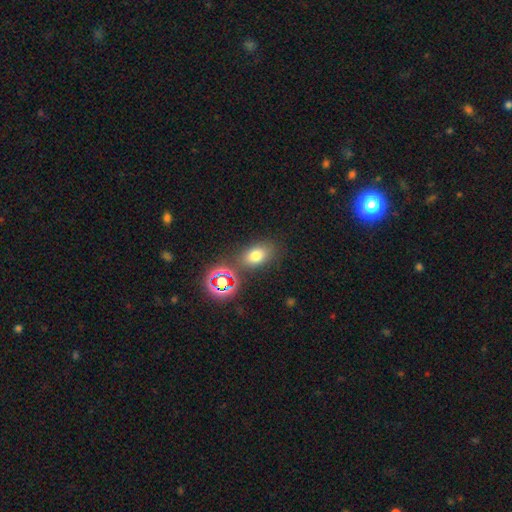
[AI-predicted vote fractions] Smooth or featured? smooth (70%)
How rounded? in between (75%)
Merging? none (74%)